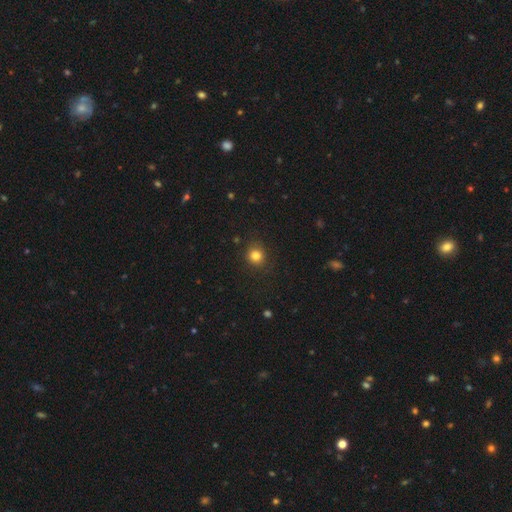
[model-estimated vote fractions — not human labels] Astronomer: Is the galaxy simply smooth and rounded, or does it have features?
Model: smooth — 82%.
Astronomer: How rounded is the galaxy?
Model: round — 86%.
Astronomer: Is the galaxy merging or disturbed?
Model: none — 88%.